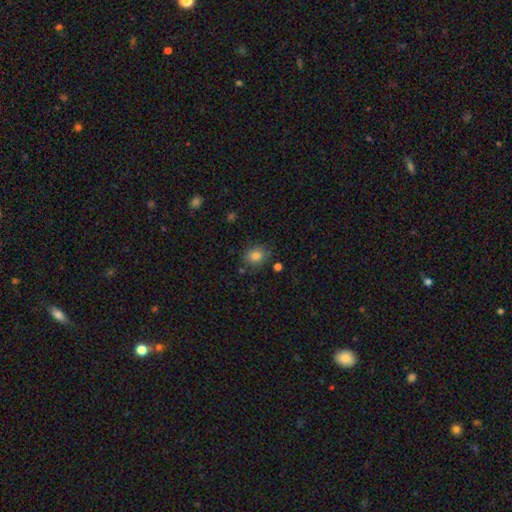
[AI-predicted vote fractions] Smooth or featured? smooth (83%)
How rounded? round (59%)
Merging? none (78%)